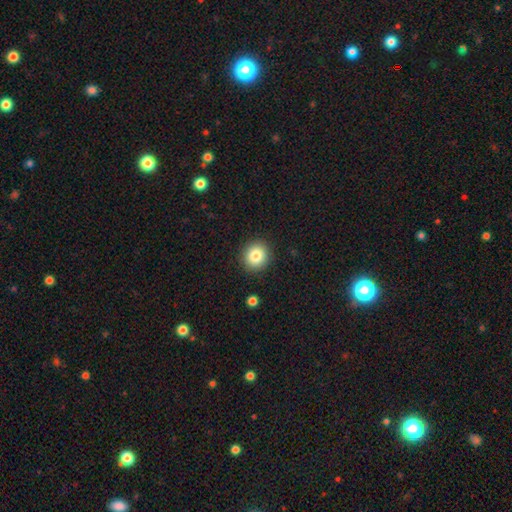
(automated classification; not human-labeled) smooth 83%, star or artifact 10%, featured or disk 7%. Down the decision tree: how rounded — round (86%); merging — none (90%).